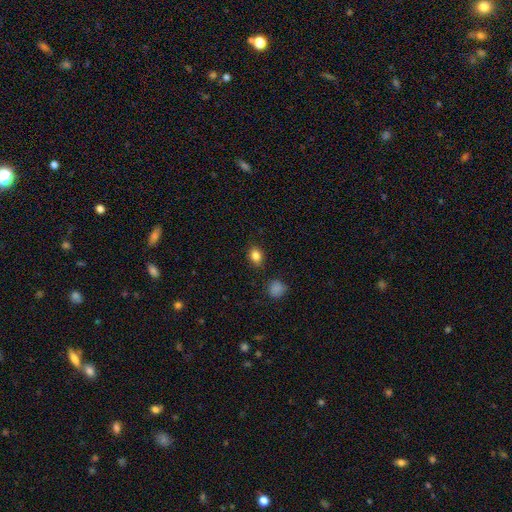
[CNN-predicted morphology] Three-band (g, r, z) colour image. It shows a smooth galaxy with no disk features (83%) that is in between round and cigar-shaped (51%). Merging: none (84%).